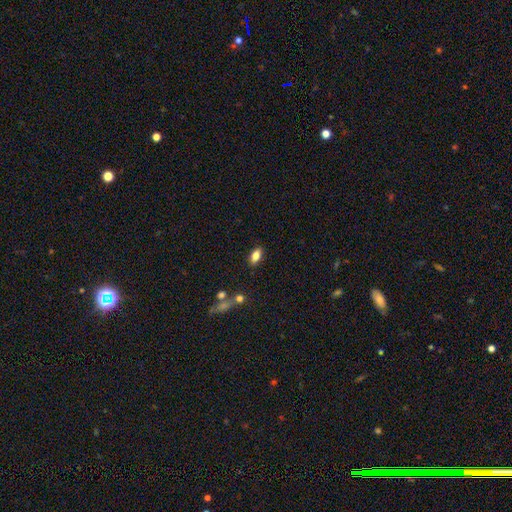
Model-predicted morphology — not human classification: Q: Smooth or featured?
A: smooth (78%); runner-up: featured or disk (13%)
Q: How rounded?
A: in between (87%); runner-up: cigar-shaped (7%)
Q: Merging?
A: none (85%); runner-up: minor disturbance (10%)